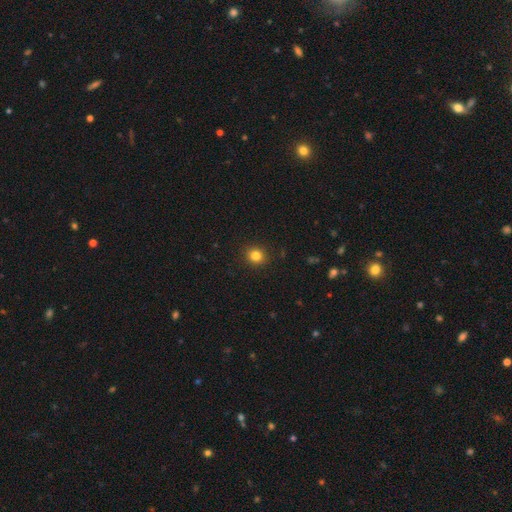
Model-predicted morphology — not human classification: Smooth or featured?
  - smooth: 83% *
  - star or artifact: 12%
  - featured or disk: 5%
How rounded?
  - round: 87% *
  - in between: 12%
  - cigar-shaped: 1%
Merging?
  - none: 92% *
  - minor disturbance: 6%
  - major disturbance: 2%
  - merger: 1%